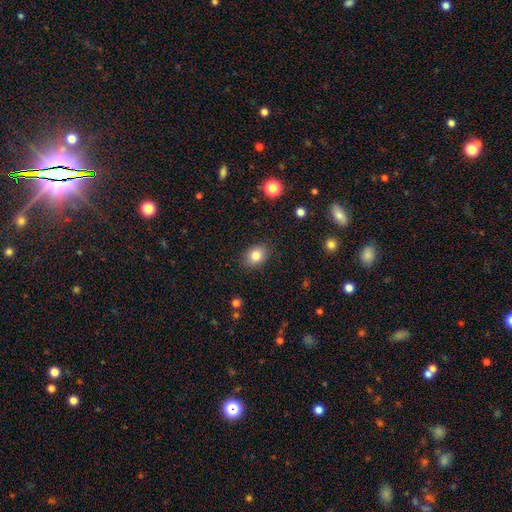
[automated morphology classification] This is clearly a smooth galaxy (82%). How rounded: likely in between (64%). Merging: clearly none (86%).